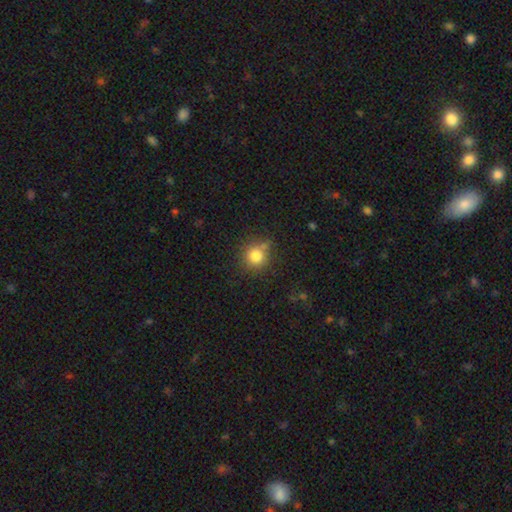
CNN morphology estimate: Q: Smooth or featured?
A: smooth (80%); runner-up: star or artifact (12%)
Q: How rounded?
A: round (90%); runner-up: in between (9%)
Q: Merging?
A: none (72%); runner-up: minor disturbance (15%)